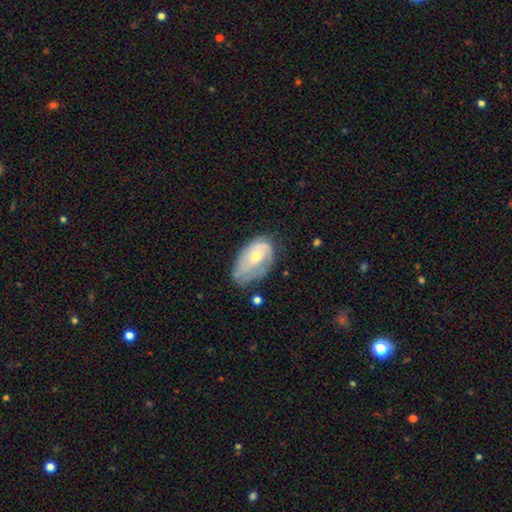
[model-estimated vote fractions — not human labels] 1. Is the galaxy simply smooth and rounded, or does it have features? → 55% featured or disk, 38% smooth, 7% star or artifact.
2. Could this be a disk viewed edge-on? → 94% no, 6% yes.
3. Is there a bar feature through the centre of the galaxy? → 71% no, 24% weak, 5% strong.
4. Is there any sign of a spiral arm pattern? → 63% yes, 37% no.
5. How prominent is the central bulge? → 54% moderate, 41% small, 3% large, 2% none, 1% dominant.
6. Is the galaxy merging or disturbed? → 42% none, 35% minor disturbance, 19% major disturbance, 3% merger.